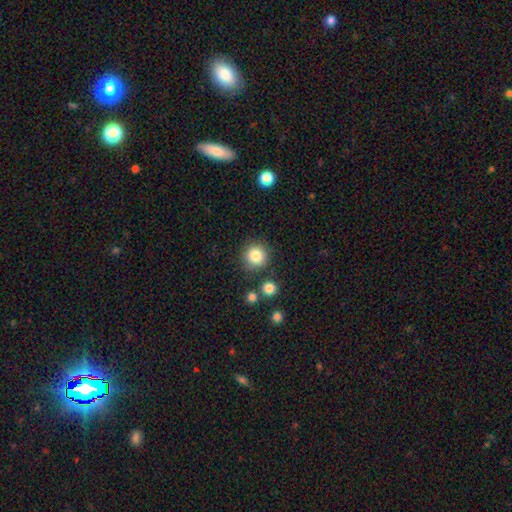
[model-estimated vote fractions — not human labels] A smooth galaxy with no disk features (84%) that is round (93%).

Vote fractions:
- Smooth or featured? smooth: 84% / star or artifact: 10% / featured or disk: 6%
- How rounded? round: 93% / in between: 6% / cigar-shaped: 1%
- Merging? none: 82% / minor disturbance: 9% / merger: 5% / major disturbance: 3%